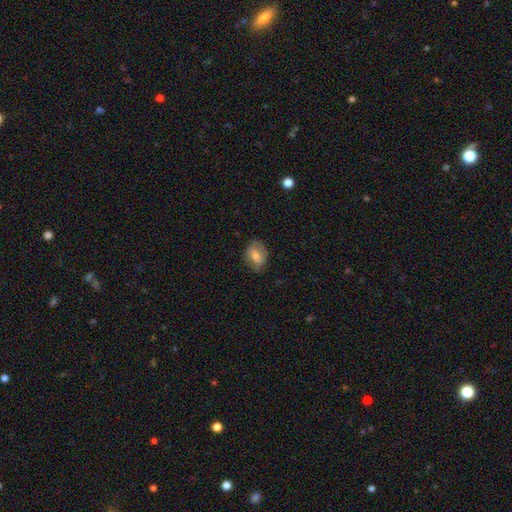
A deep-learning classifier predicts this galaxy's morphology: Q: Smooth or featured?
A: smooth (59%); runner-up: featured or disk (32%)
Q: How rounded?
A: in between (63%); runner-up: round (35%)
Q: Merging?
A: none (73%); runner-up: minor disturbance (21%)